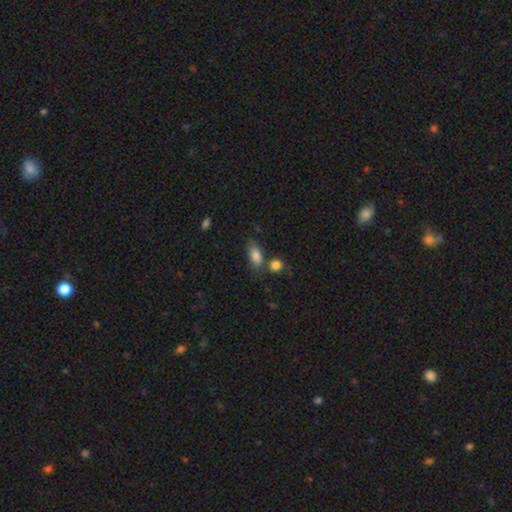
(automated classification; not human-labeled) A smooth galaxy with no disk features (84%) that is in between round and cigar-shaped (84%). Merging: none (61%).